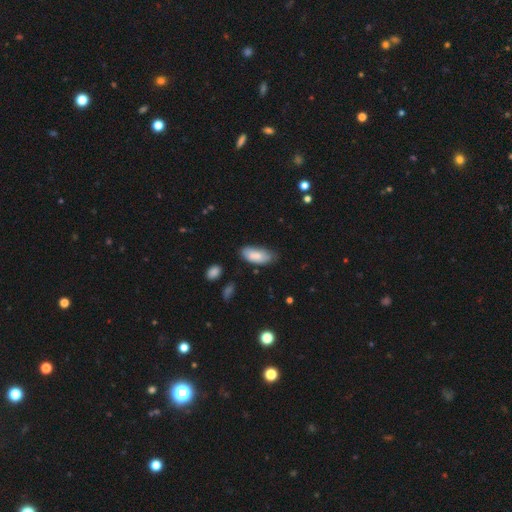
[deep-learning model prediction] Q: Smooth or featured?
A: smooth (80%); runner-up: featured or disk (13%)
Q: How rounded?
A: in between (87%); runner-up: cigar-shaped (11%)
Q: Merging?
A: none (61%); runner-up: minor disturbance (30%)